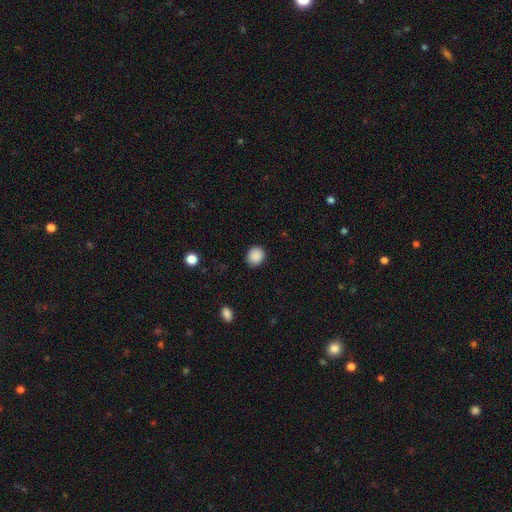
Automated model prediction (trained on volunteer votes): smooth 89%, star or artifact 9%, featured or disk 3%. Down the decision tree: how rounded — round (76%); merging — none (89%).